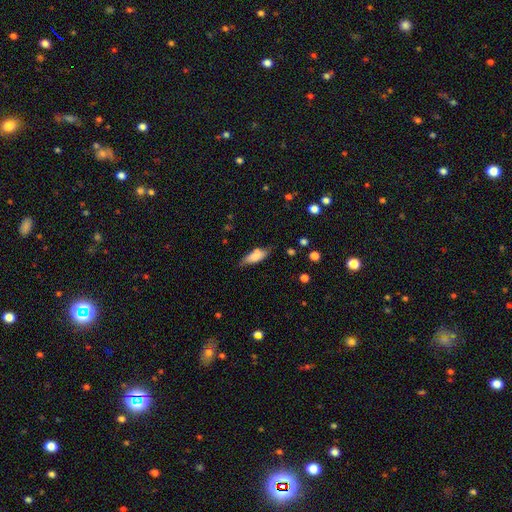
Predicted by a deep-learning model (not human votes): This appears to be a smooth galaxy with no disk features (75%) that is in between round and cigar-shaped (71%). Merging: none (62%).